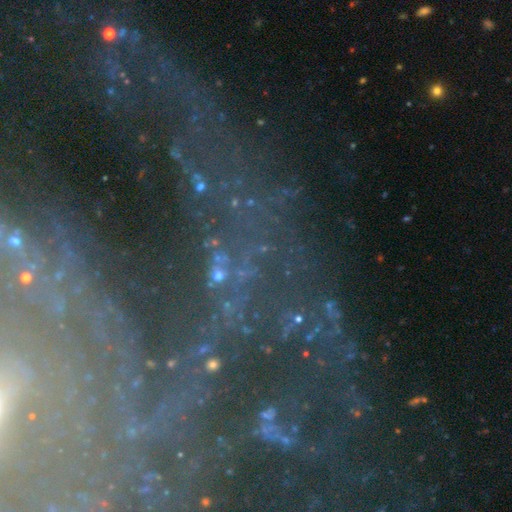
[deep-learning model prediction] Smooth or featured? Predicted: featured or disk (p=0.52). Edge-on disk? Predicted: no (p=0.86). Merging? Predicted: none (p=0.69).